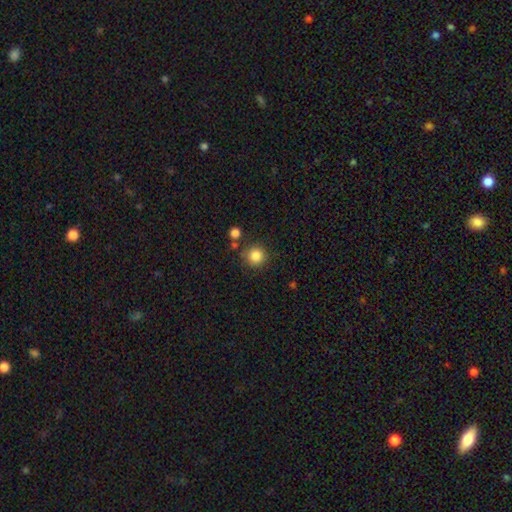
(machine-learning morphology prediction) This is clearly a smooth galaxy (85%). How rounded: clearly round (93%). Merging: clearly none (82%).